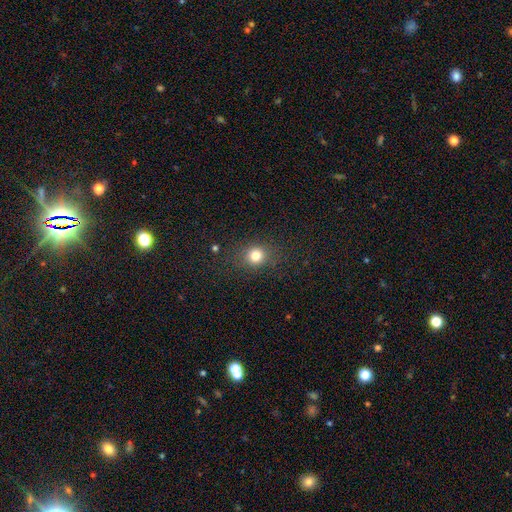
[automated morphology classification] This appears to be a smooth galaxy with no disk features (80%) that is round (75%). Merging: none (83%).